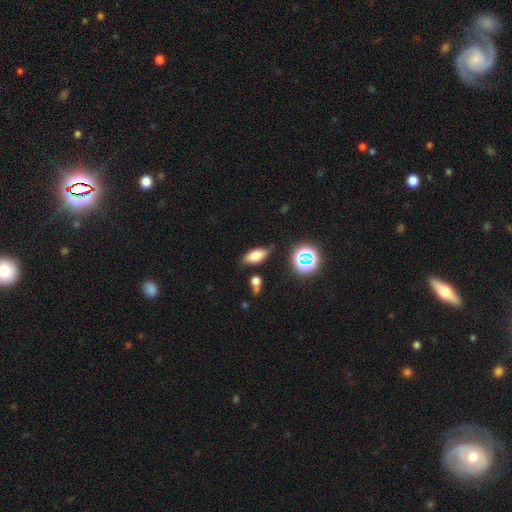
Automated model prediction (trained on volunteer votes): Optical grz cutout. It shows a smooth galaxy with no disk features (69%) that is in between round and cigar-shaped (85%). Merging: none (76%).